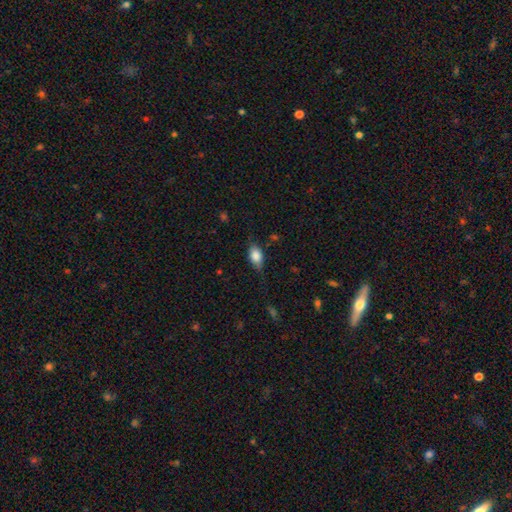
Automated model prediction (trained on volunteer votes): smooth-or-featured: smooth: 80% | featured or disk: 12% | star or artifact: 8%
  how-rounded: in between: 85% | round: 10% | cigar-shaped: 5%
  merging: none: 66% | minor disturbance: 26% | major disturbance: 6% | merger: 1%